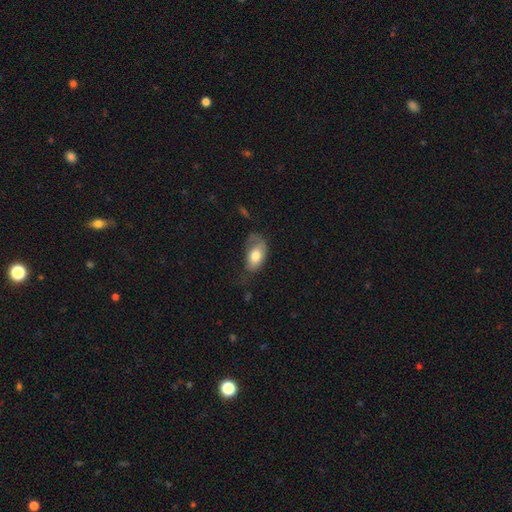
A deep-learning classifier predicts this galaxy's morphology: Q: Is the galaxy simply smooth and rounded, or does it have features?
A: smooth — 72%.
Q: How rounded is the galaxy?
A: in between — 91%.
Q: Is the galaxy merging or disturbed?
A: minor disturbance — 34%.